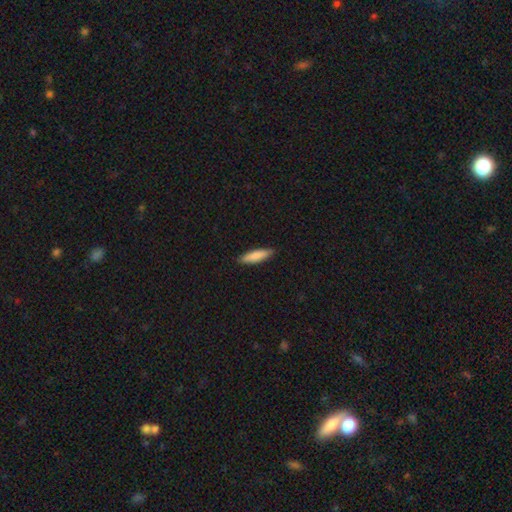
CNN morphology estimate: This is clearly a smooth galaxy (84%). How rounded: likely cigar-shaped (70%). Merging: clearly none (87%).